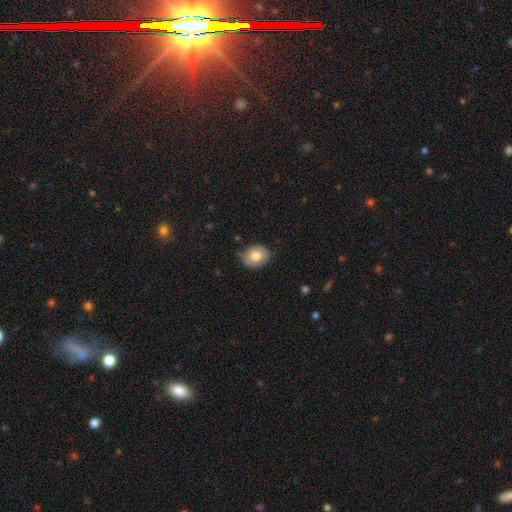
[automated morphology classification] Smooth or featured: smooth — 78% (featured or disk — 14%)
How rounded: round — 53% (in between — 46%)
Merging: none — 76% (minor disturbance — 20%)